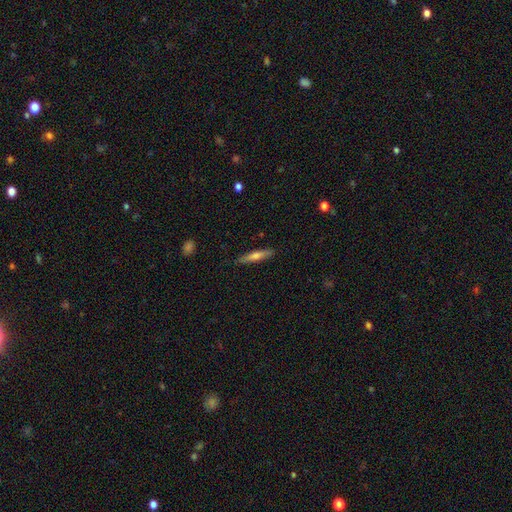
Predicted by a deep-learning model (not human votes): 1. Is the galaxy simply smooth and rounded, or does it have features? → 47% smooth, 46% featured or disk, 6% star or artifact.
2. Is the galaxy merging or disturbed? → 89% none, 8% minor disturbance, 2% major disturbance, 1% merger.